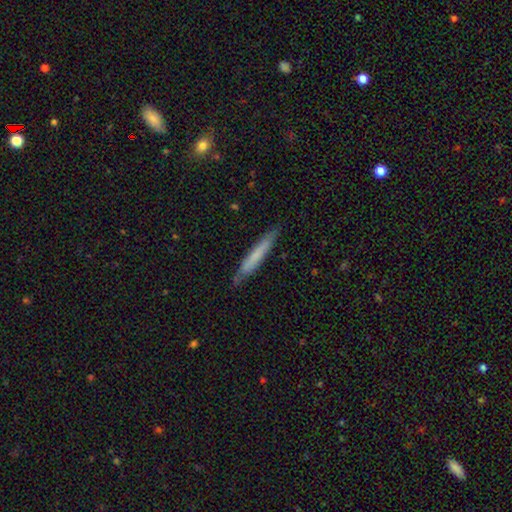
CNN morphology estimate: Overall: smooth (65%; featured or disk 29%). How rounded: cigar-shaped (95%). Merging: none (83%).